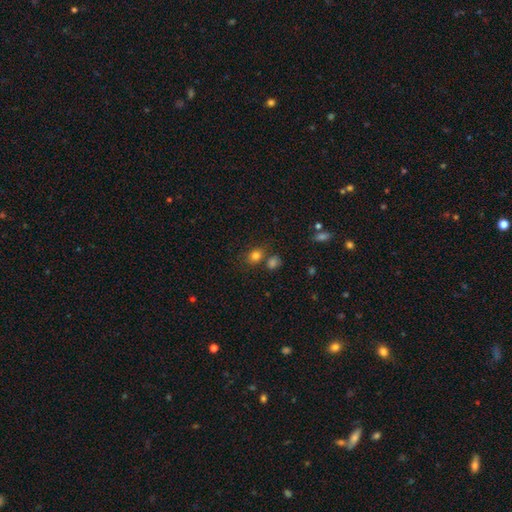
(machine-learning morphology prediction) The model was most divided on "how rounded": round: 50%, in between: 49%, cigar-shaped: 1%. More confident: smooth or featured — smooth (80%); merging — none (64%).